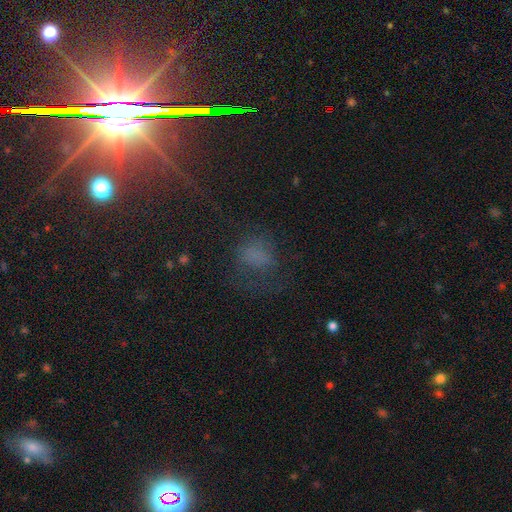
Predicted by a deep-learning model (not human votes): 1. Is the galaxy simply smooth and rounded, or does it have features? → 51% smooth, 29% star or artifact, 21% featured or disk.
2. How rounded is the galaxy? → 49% in between (tied), 49% round (tied), 2% cigar-shaped.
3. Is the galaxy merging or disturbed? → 45% none, 31% major disturbance, 20% minor disturbance, 3% merger.